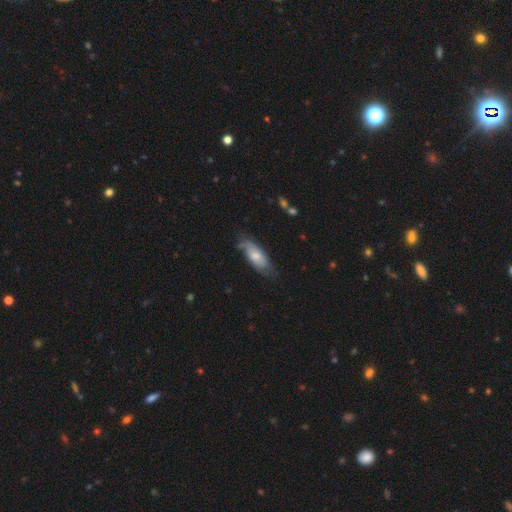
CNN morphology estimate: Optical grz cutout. It shows a smooth galaxy with no disk features (62%) that is in between round and cigar-shaped (76%). Merging: none (60%).